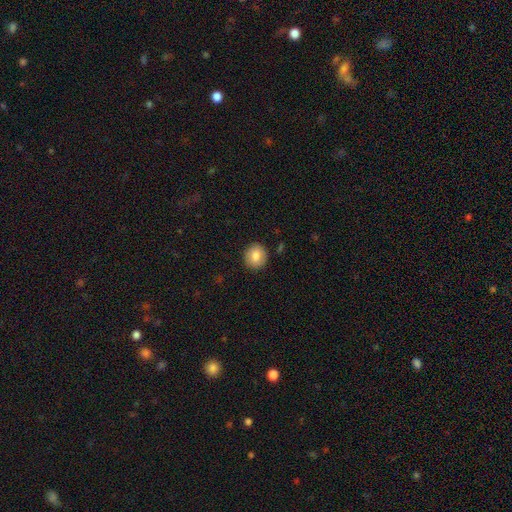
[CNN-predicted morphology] This appears to be a smooth galaxy with no disk features (83%) that is round (83%). Merging: none (89%).